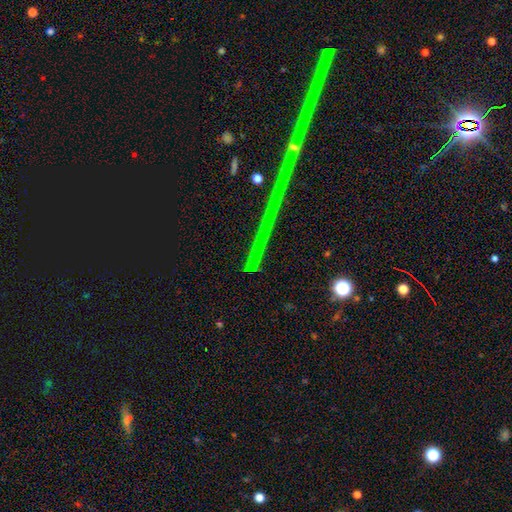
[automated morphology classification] Smooth or featured?
  - star or artifact: 79% *
  - featured or disk: 12%
  - smooth: 9%